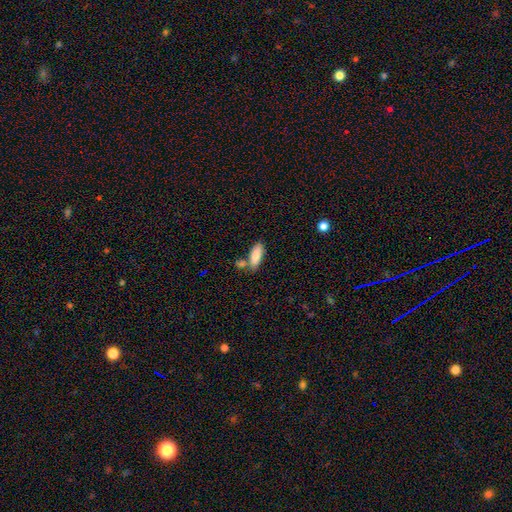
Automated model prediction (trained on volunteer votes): Smooth or featured?
  - smooth: 86% *
  - featured or disk: 7%
  - star or artifact: 6%
How rounded?
  - in between: 74% *
  - cigar-shaped: 24%
  - round: 2%
Merging?
  - none: 63% *
  - merger: 19%
  - minor disturbance: 14%
  - major disturbance: 4%